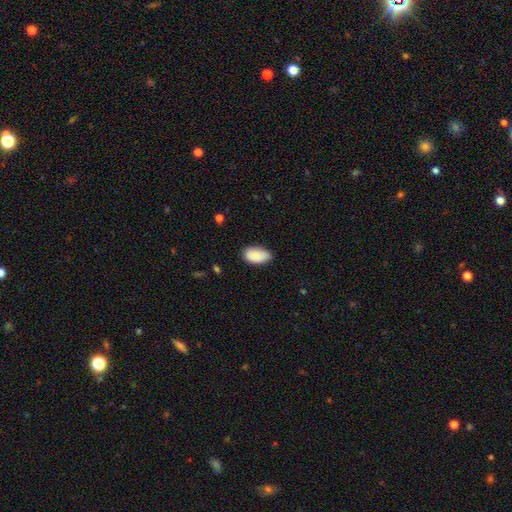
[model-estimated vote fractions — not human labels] Smooth or featured? smooth (85%)
How rounded? in between (94%)
Merging? none (73%)